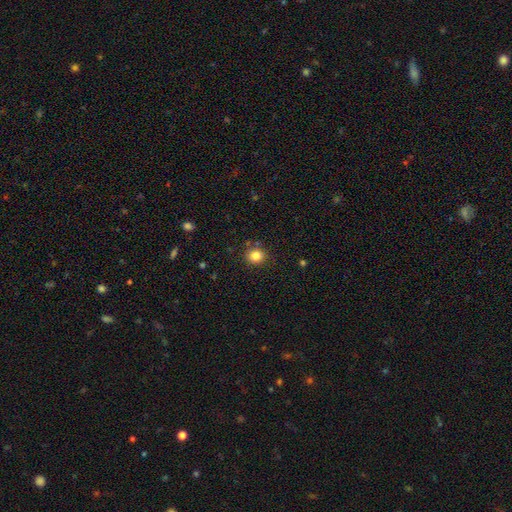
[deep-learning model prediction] Smooth or featured? smooth (83%)
How rounded? round (83%)
Merging? none (86%)